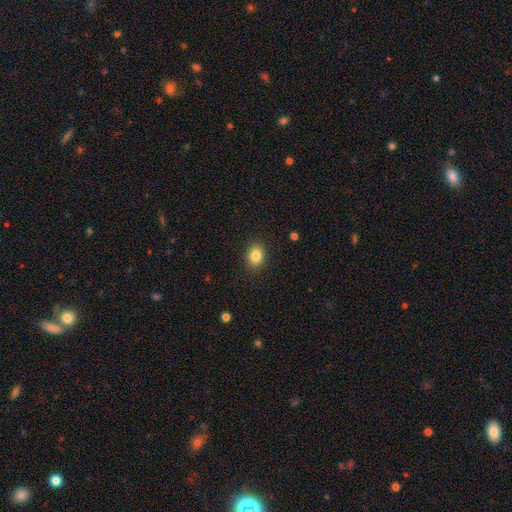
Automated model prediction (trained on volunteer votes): A smooth galaxy with no disk features (85%) that is in between round and cigar-shaped (64%).

Vote fractions:
- Smooth or featured? smooth: 85% / star or artifact: 9% / featured or disk: 6%
- How rounded? in between: 64% / round: 35% / cigar-shaped: 1%
- Merging? none: 88% / minor disturbance: 8% / major disturbance: 2% / merger: 1%